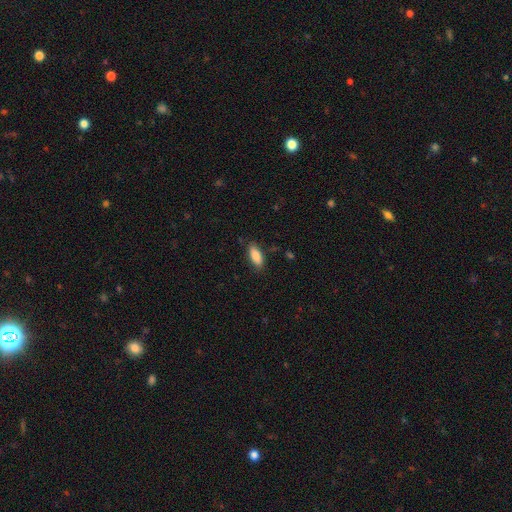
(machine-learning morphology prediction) Q: Smooth or featured?
A: smooth (84%); runner-up: featured or disk (10%)
Q: How rounded?
A: in between (79%); runner-up: cigar-shaped (19%)
Q: Merging?
A: none (83%); runner-up: minor disturbance (13%)